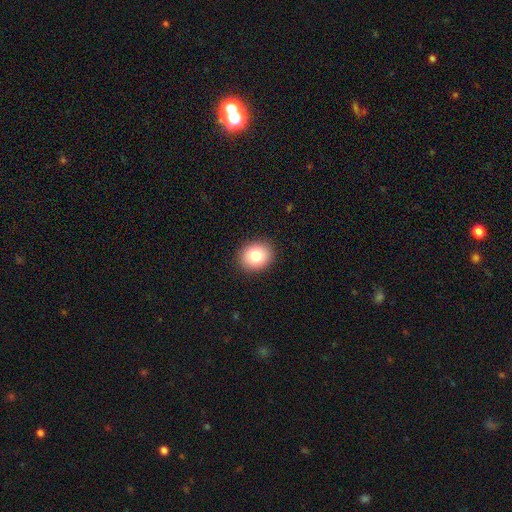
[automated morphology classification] smooth-or-featured: smooth: 82% | star or artifact: 9% | featured or disk: 9%
  how-rounded: round: 61% | in between: 38% | cigar-shaped: 1%
  merging: none: 90% | minor disturbance: 7% | major disturbance: 2% | merger: 1%